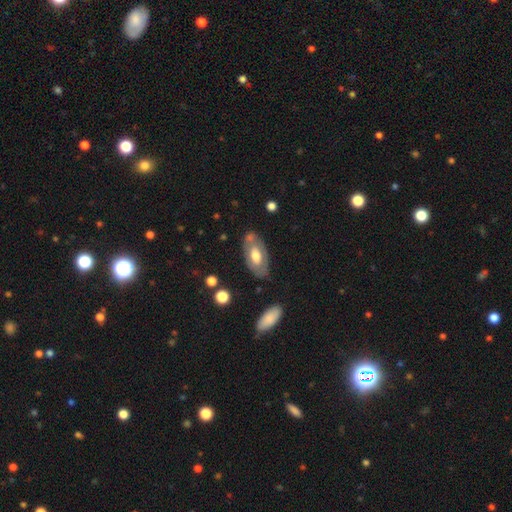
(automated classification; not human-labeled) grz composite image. It shows a smooth galaxy with no disk features (48%). Merging: none (70%).